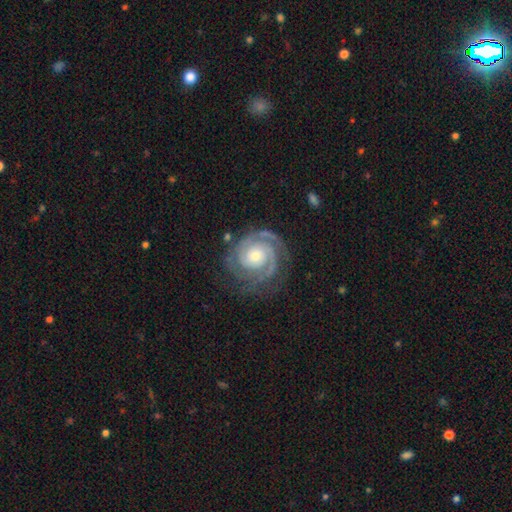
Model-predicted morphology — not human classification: A featured or disk galaxy (90%) with no bar (74%), 2 (51%) tight (76%) spiral arms (98%) and a moderate central bulge (49%).

Vote fractions:
- Smooth or featured? featured or disk: 90% / smooth: 5% / star or artifact: 4%
- Edge-on disk? no: 98% / yes: 2%
- Bar? no: 74% / weak: 21% / strong: 6%
- Spiral arms? yes: 98% / no: 2%
- Spiral winding? tight: 76% / medium: 21% / loose: 3%
- Spiral arm count? 2: 51% / 3: 24% / can't tell: 12% / 1: 5% / 4: 5% / more than 4: 4%
- Bulge size? moderate: 49% / small: 43% / large: 5% / none: 2% / dominant: 1%
- Merging? none: 76% / minor disturbance: 16% / major disturbance: 7% / merger: 1%